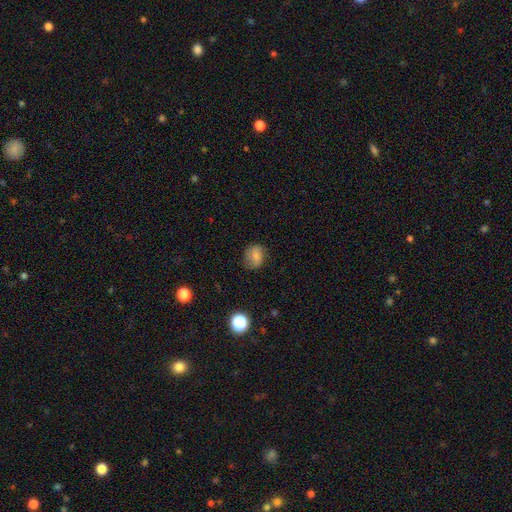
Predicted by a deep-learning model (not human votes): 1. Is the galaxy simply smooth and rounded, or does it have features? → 73% smooth, 16% featured or disk, 11% star or artifact.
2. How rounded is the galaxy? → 50% round, 49% in between, 1% cigar-shaped.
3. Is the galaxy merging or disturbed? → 68% none, 23% minor disturbance, 7% major disturbance, 1% merger.